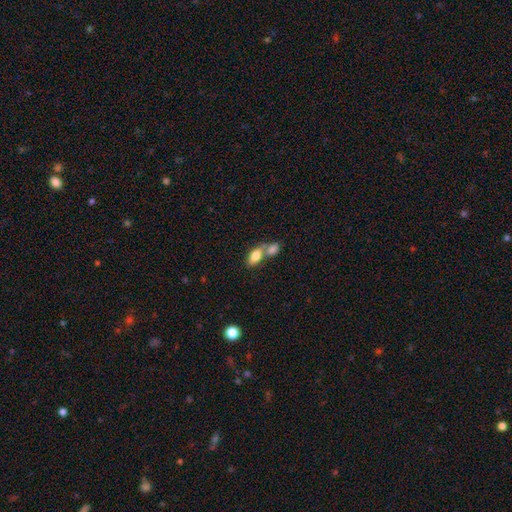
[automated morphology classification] Smooth or featured? Predicted: smooth (p=0.79). How rounded? Predicted: in between (p=0.89). Merging? Predicted: merger (p=0.60).